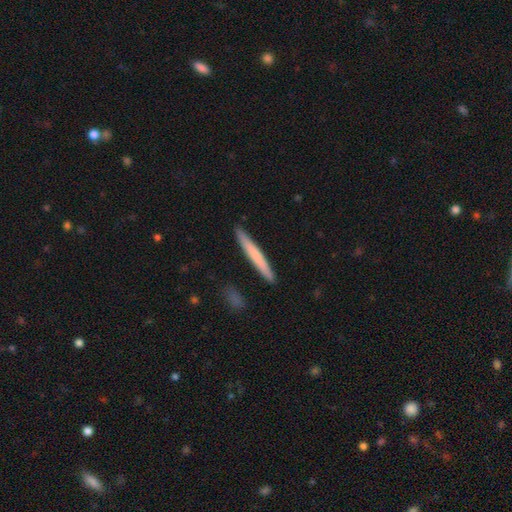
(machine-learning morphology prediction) Smooth or featured: smooth — 69% (featured or disk — 26%)
How rounded: cigar-shaped — 97% (in between — 2%)
Merging: none — 91% (minor disturbance — 6%)